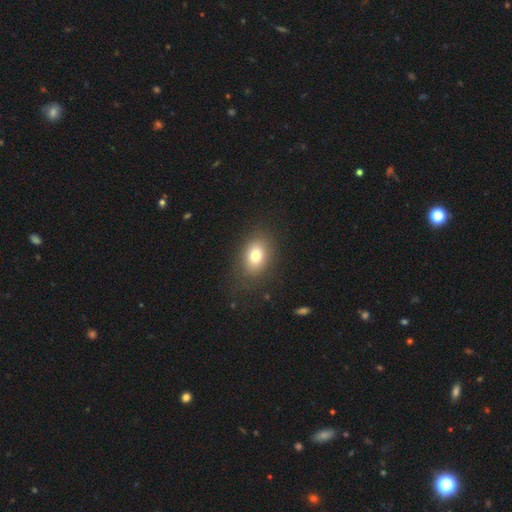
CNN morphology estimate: Smooth or featured?
  - smooth: 78% *
  - featured or disk: 12%
  - star or artifact: 10%
How rounded?
  - in between: 76% *
  - round: 23%
  - cigar-shaped: 1%
Merging?
  - none: 81% *
  - minor disturbance: 12%
  - major disturbance: 6%
  - merger: 1%